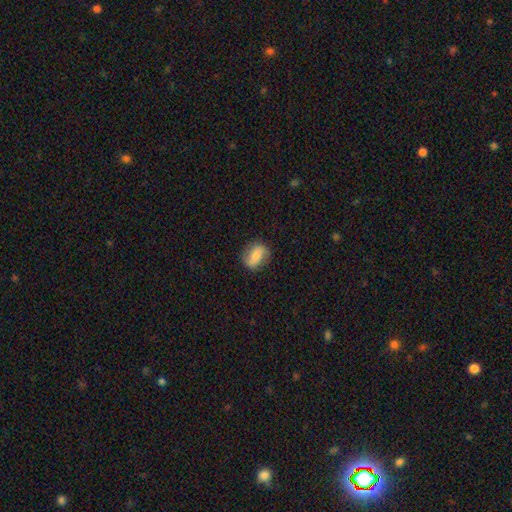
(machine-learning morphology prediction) A smooth galaxy with no disk features (54%) that is in between round and cigar-shaped (59%). Merging: none (81%).